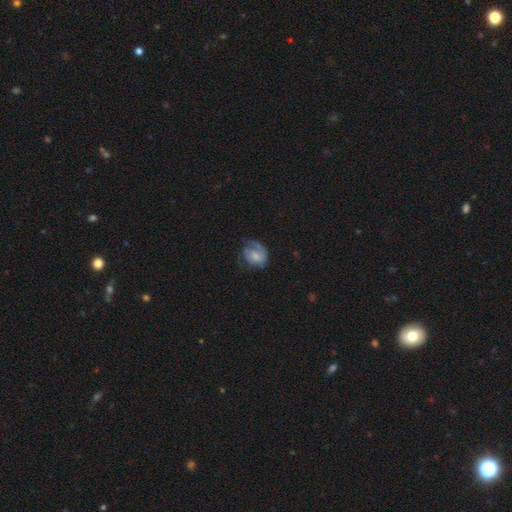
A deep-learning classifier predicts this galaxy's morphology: Q: Smooth or featured?
A: featured or disk (56%); runner-up: smooth (37%)
Q: Edge-on disk?
A: no (97%); runner-up: yes (3%)
Q: Bar?
A: no (60%); runner-up: weak (33%)
Q: Spiral arms?
A: yes (81%); runner-up: no (19%)
Q: Bulge size?
A: moderate (38%); runner-up: small (36%)
Q: Merging?
A: none (49%); runner-up: minor disturbance (25%)